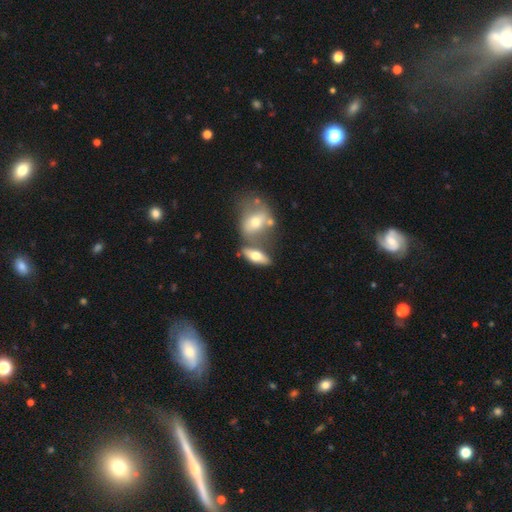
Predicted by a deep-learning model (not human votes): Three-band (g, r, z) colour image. It shows a smooth galaxy with no disk features (58%) that is in between round and cigar-shaped (70%). Merging: none (49%).